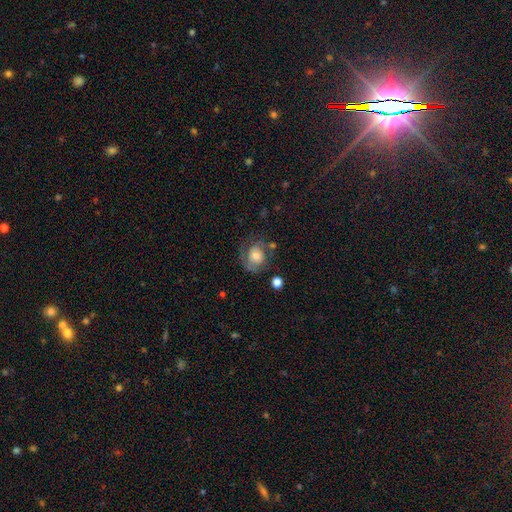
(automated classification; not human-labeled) Smooth or featured?
  - smooth: 47% *
  - featured or disk: 44%
  - star or artifact: 9%
Merging?
  - none: 53% *
  - minor disturbance: 24%
  - major disturbance: 18%
  - merger: 5%